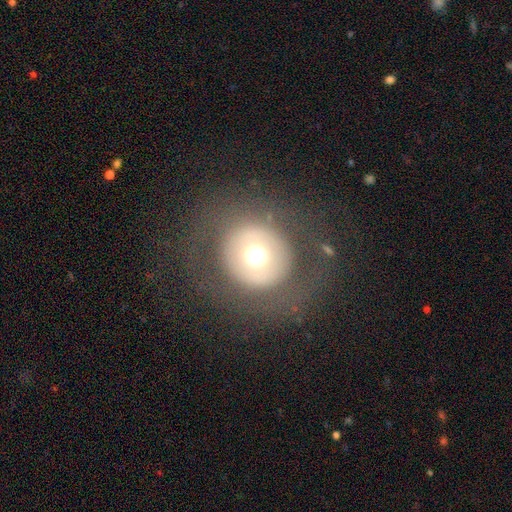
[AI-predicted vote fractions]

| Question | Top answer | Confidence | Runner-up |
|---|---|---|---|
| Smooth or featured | smooth | 58% | featured or disk (29%) |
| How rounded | round | 90% | in between (9%) |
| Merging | none | 77% | major disturbance (12%) |